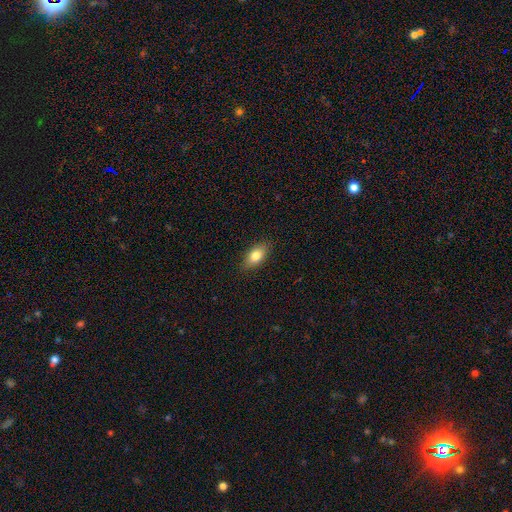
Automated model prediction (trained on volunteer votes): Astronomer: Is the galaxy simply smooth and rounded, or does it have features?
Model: smooth — 79%.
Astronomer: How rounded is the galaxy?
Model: in between — 87%.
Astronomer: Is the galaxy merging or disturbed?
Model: none — 86%.